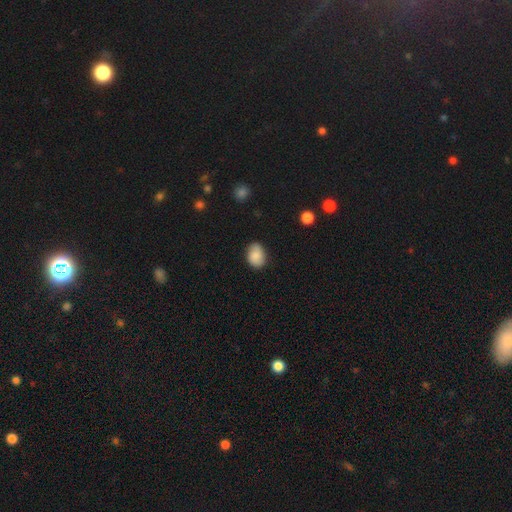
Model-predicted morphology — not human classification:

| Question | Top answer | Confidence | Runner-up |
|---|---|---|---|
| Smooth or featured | smooth | 80% | featured or disk (12%) |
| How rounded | in between | 70% | round (28%) |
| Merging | none | 80% | minor disturbance (16%) |